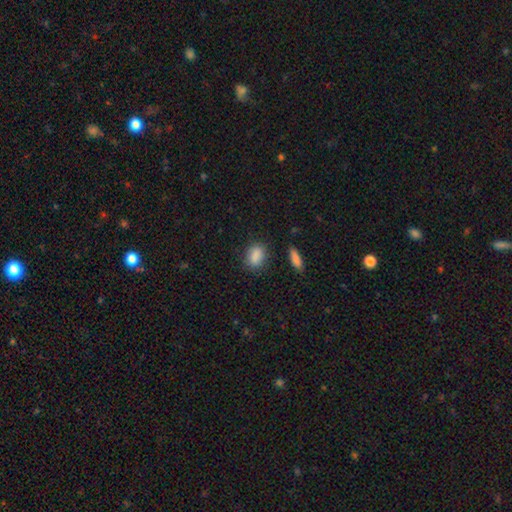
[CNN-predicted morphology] smooth_or_featured: smooth (p=0.88) [alt: star or artifact p=0.08]
how_rounded: in between (p=0.81) [alt: round p=0.16]
merging: none (p=0.82) [alt: minor disturbance p=0.12]